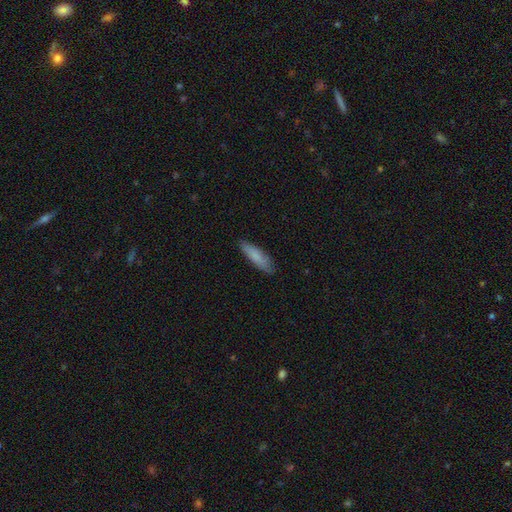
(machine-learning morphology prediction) smooth-or-featured: smooth: 81% | featured or disk: 13% | star or artifact: 6%
  how-rounded: cigar-shaped: 68% | in between: 30% | round: 1%
  merging: none: 84% | minor disturbance: 13% | major disturbance: 2% | merger: 1%